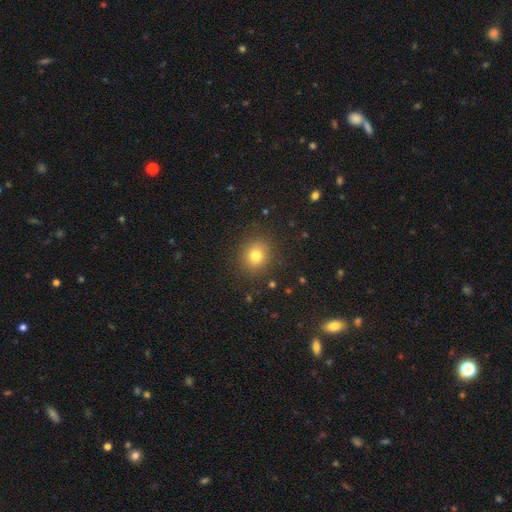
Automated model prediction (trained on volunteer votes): Morphology: type=smooth (78%); roundness=round (82%); merging=none (88%).